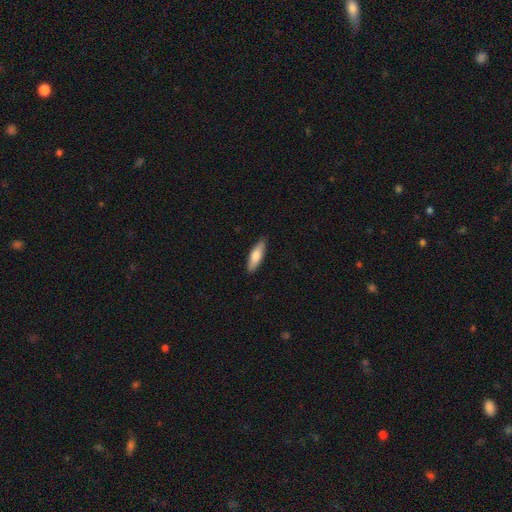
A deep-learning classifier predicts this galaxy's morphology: This is likely a smooth galaxy (77%). How rounded: possibly cigar-shaped (54%). Merging: clearly none (88%).